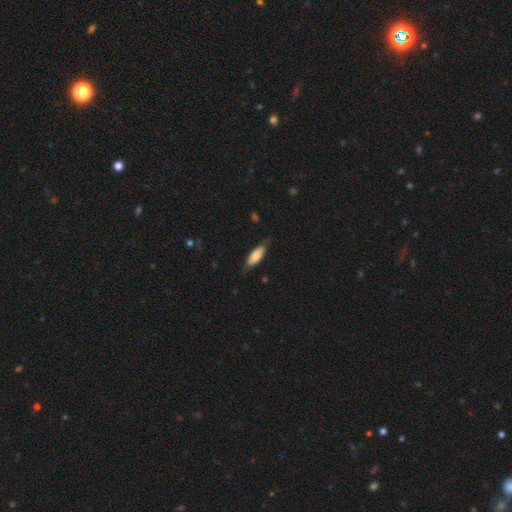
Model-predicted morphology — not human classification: Overall: smooth (79%). How rounded: in between (69%; cigar-shaped 29%). Merging: none (73%).